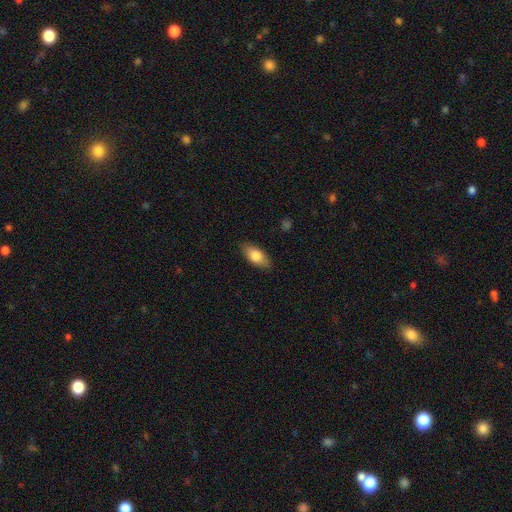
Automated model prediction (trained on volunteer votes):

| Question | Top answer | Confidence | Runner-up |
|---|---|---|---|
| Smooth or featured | smooth | 79% | featured or disk (15%) |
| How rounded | in between | 89% | cigar-shaped (8%) |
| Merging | none | 85% | minor disturbance (12%) |